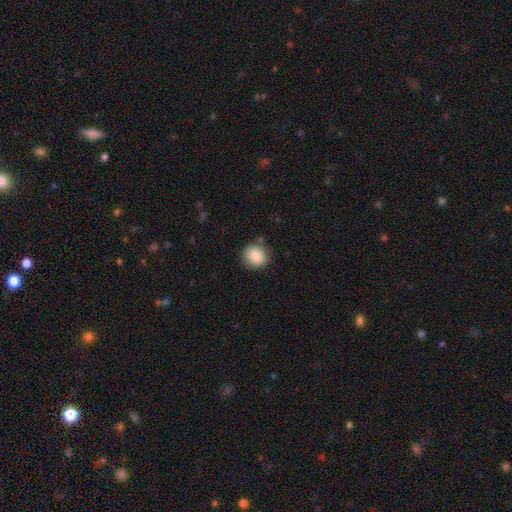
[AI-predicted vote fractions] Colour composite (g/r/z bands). It shows a smooth galaxy with no disk features (86%) that is round (78%). Merging: none (83%).